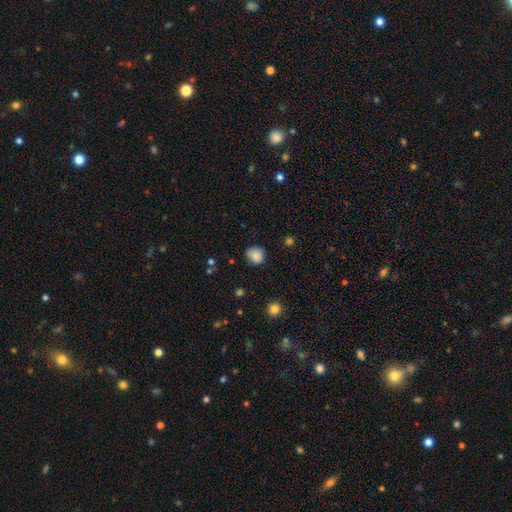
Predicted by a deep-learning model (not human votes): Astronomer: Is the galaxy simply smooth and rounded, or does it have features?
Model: smooth — 86%.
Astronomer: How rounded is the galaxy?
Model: round — 79%.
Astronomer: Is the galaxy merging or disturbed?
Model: none — 76%.